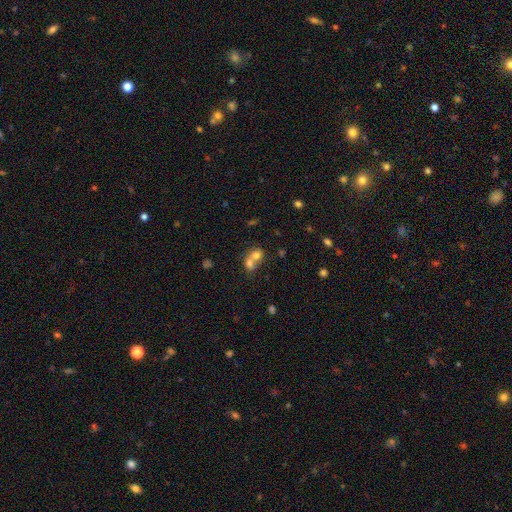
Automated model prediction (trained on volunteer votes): This appears to be a smooth galaxy with no disk features (70%) that is round (63%). Merging: merger (71%).